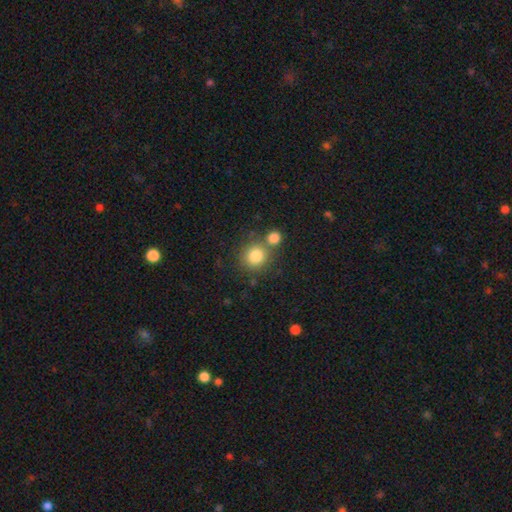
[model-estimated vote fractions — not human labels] Smooth or featured?
  - smooth: 81% *
  - star or artifact: 11%
  - featured or disk: 8%
How rounded?
  - round: 88% *
  - in between: 11%
  - cigar-shaped: 1%
Merging?
  - none: 64% *
  - merger: 24%
  - minor disturbance: 9%
  - major disturbance: 3%